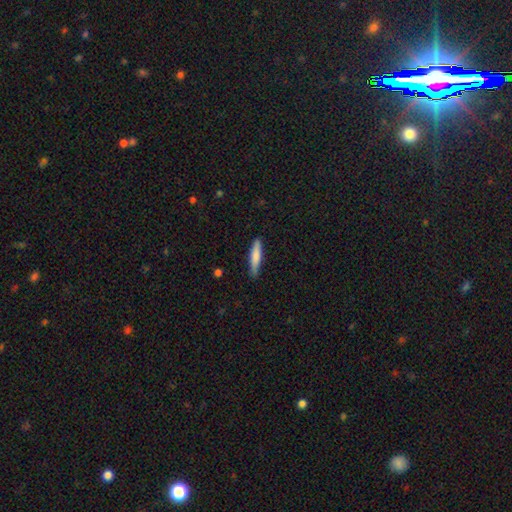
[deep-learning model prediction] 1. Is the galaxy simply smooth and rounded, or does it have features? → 74% smooth, 20% featured or disk, 5% star or artifact.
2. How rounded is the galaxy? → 87% cigar-shaped, 12% in between, 1% round.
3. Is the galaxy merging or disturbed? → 84% none, 12% minor disturbance, 2% major disturbance, 1% merger.